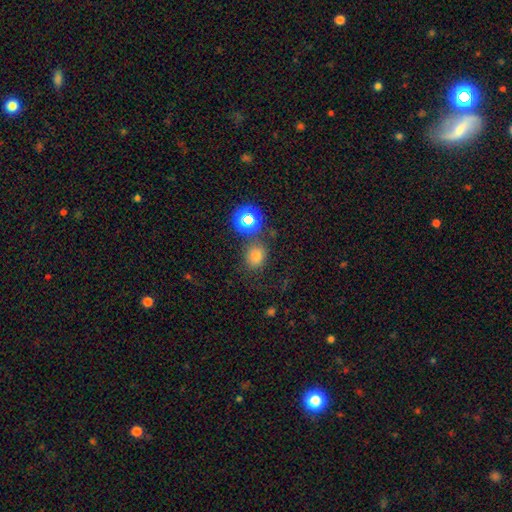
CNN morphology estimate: Smooth or featured?
  - smooth: 71% *
  - star or artifact: 22%
  - featured or disk: 7%
How rounded?
  - round: 67% *
  - in between: 32%
  - cigar-shaped: 1%
Merging?
  - none: 71% *
  - minor disturbance: 13%
  - merger: 10%
  - major disturbance: 6%